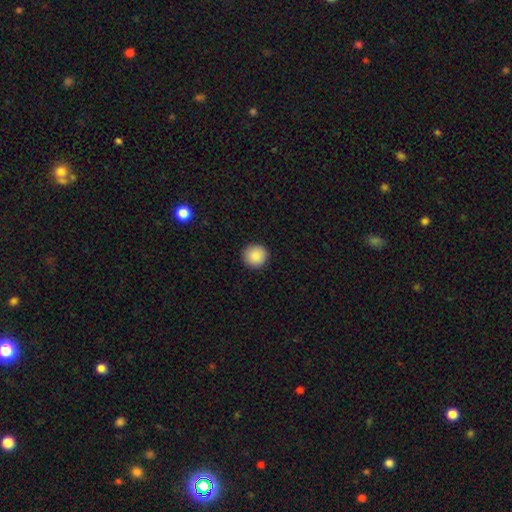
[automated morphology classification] This appears to be a smooth galaxy with no disk features (89%) that is round (94%). Merging: none (92%).